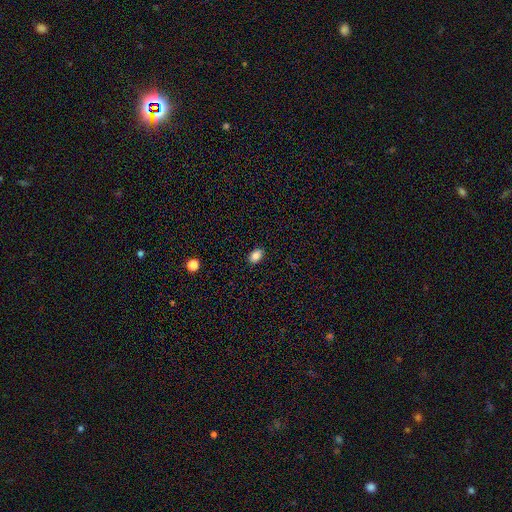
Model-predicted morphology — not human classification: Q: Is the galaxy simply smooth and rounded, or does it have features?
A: smooth — 85%.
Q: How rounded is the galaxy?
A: in between — 82%.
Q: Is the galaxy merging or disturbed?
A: none — 88%.